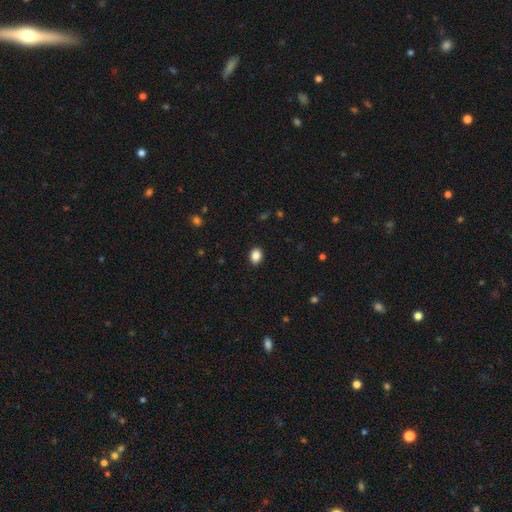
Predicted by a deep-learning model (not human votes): This is clearly a smooth galaxy (87%). How rounded: possibly in between (58%). Merging: clearly none (89%).